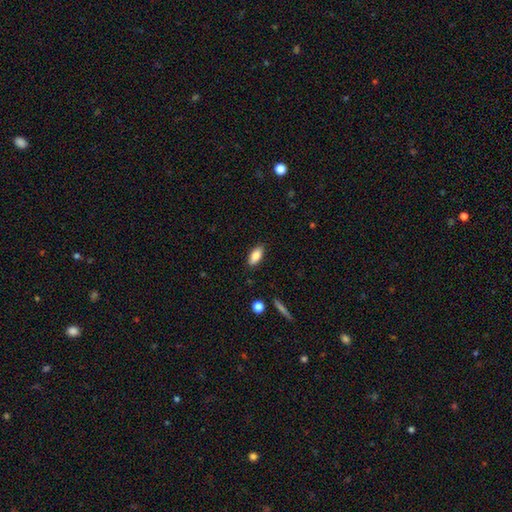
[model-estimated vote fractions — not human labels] The model was most divided on "how rounded": in between: 85%, cigar-shaped: 12%, round: 2%. More confident: merging — none (87%); smooth or featured — smooth (83%).